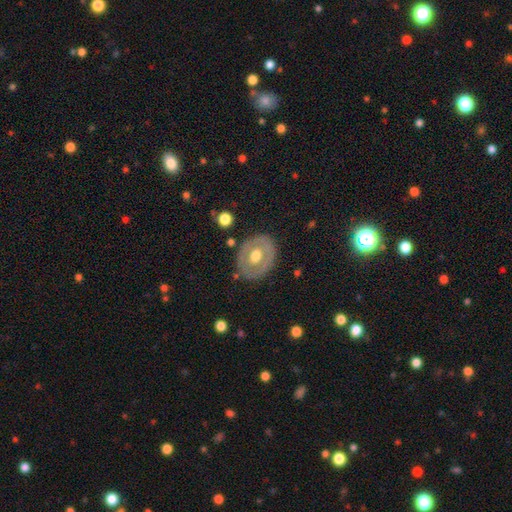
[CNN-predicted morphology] Q: Smooth or featured?
A: featured or disk (54%); runner-up: smooth (41%)
Q: Edge-on disk?
A: no (92%); runner-up: yes (8%)
Q: Merging?
A: none (81%); runner-up: minor disturbance (13%)